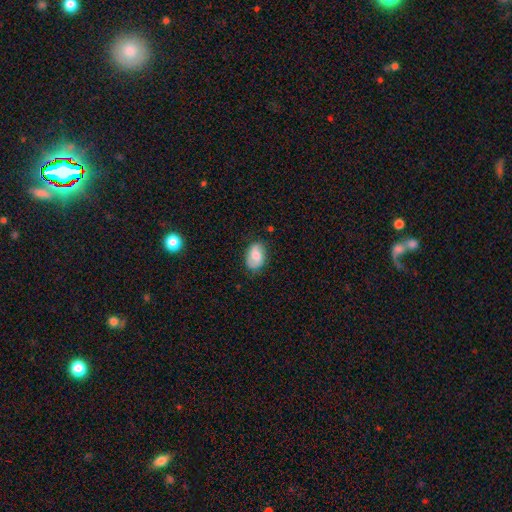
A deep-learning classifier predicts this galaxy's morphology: Smooth or featured?
  - smooth: 66% *
  - featured or disk: 26%
  - star or artifact: 8%
How rounded?
  - in between: 83% *
  - round: 15%
  - cigar-shaped: 1%
Merging?
  - none: 71% *
  - minor disturbance: 22%
  - major disturbance: 5%
  - merger: 1%